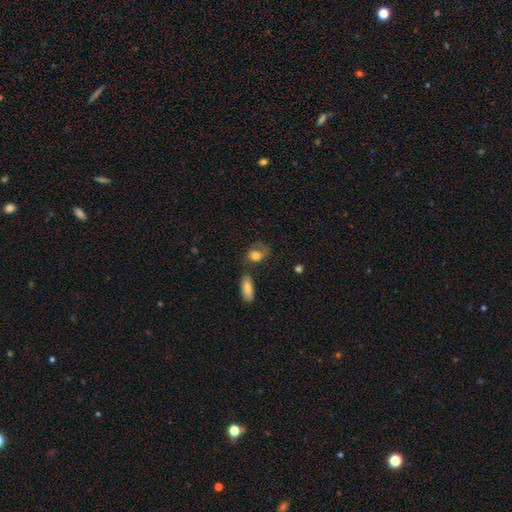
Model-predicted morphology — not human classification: A smooth galaxy with no disk features (75%) that is in between round and cigar-shaped (64%). Merging: none (40%).